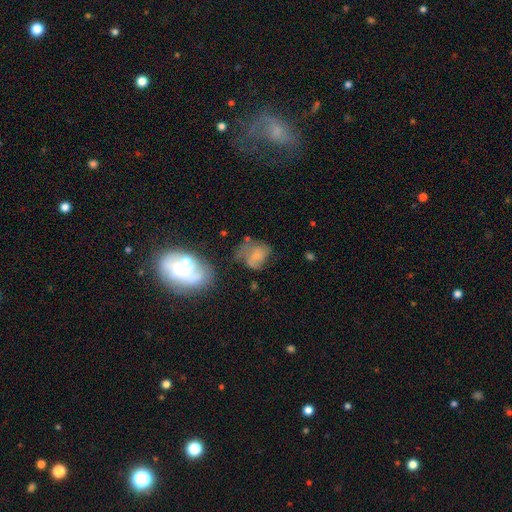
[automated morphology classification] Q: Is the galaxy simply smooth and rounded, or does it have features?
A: smooth — 52%.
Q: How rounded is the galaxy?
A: in between — 55%.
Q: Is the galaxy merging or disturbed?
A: major disturbance — 32%.